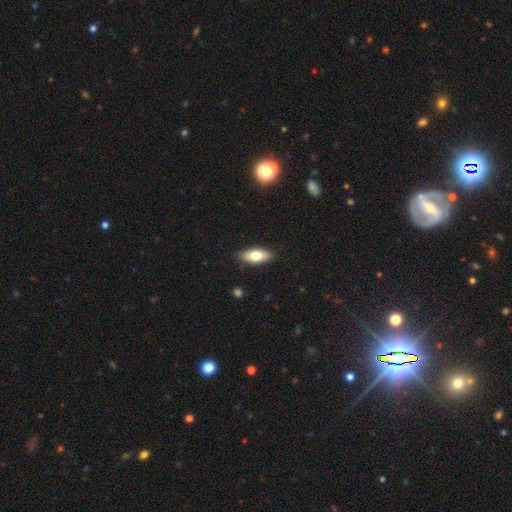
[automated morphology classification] Smooth or featured: smooth — 72% (featured or disk — 21%)
How rounded: in between — 81% (cigar-shaped — 16%)
Merging: none — 88% (minor disturbance — 9%)